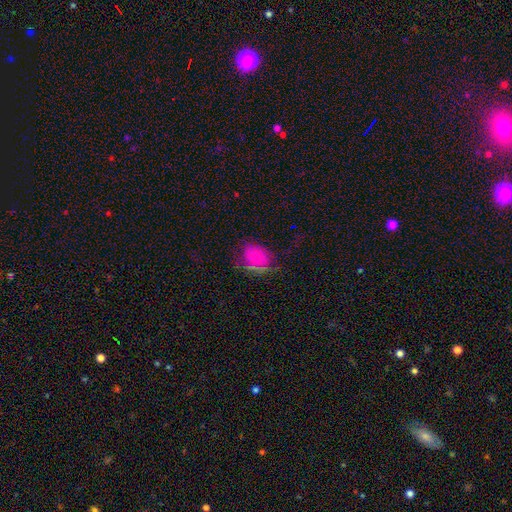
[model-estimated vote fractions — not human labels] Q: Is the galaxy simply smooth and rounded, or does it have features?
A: smooth — 46%.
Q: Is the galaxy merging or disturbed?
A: none — 55%.